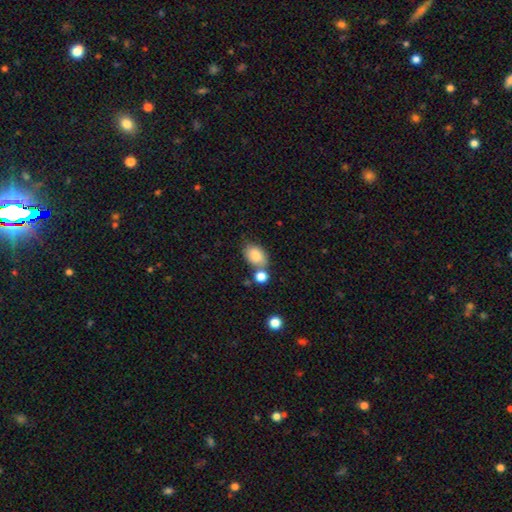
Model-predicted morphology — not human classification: smooth_or_featured: smooth (p=0.83) [alt: featured or disk p=0.09]
how_rounded: in between (p=0.80) [alt: round p=0.18]
merging: none (p=0.52) [alt: merger p=0.25]